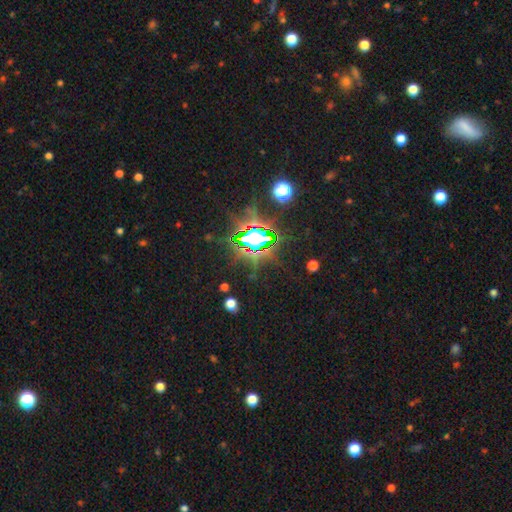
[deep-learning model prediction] This appears to be a star or artifact, not a galaxy (79%).